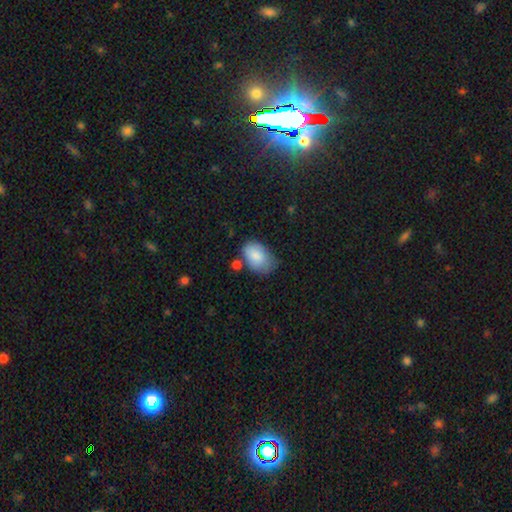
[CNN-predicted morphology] This appears to be a smooth galaxy with no disk features (84%) that is in between round and cigar-shaped (90%). Merging: none (53%).